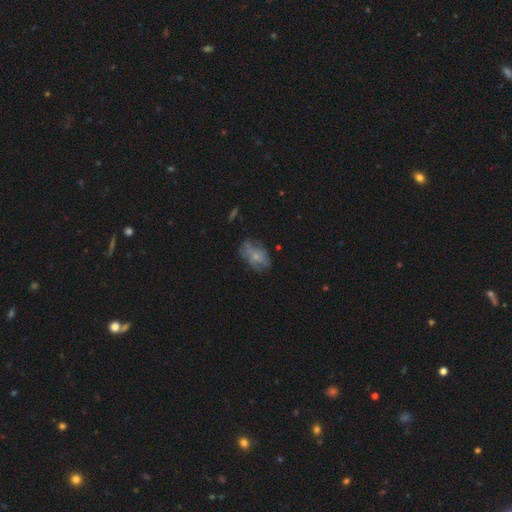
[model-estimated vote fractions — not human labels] featured or disk 46%, smooth 45%, star or artifact 10%. Down the decision tree: merging — none (56%).